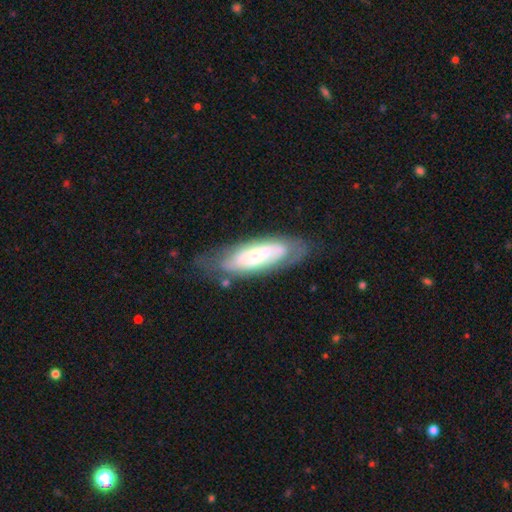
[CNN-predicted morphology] This appears to be a featured or disk galaxy (56%). Merging: none (64%).